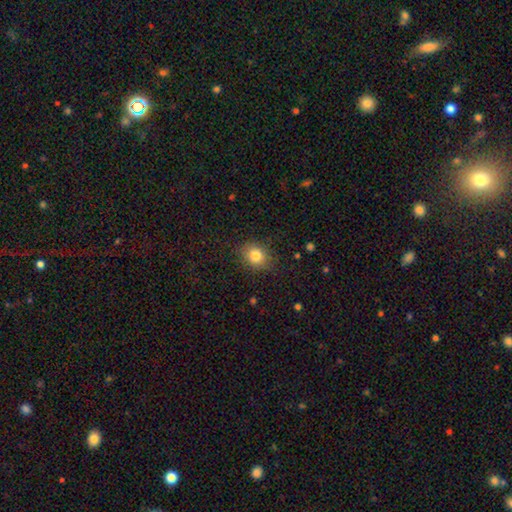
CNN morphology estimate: Smooth or featured? Predicted: smooth (p=0.81). How rounded? Predicted: round (p=0.64). Merging? Predicted: none (p=0.84).